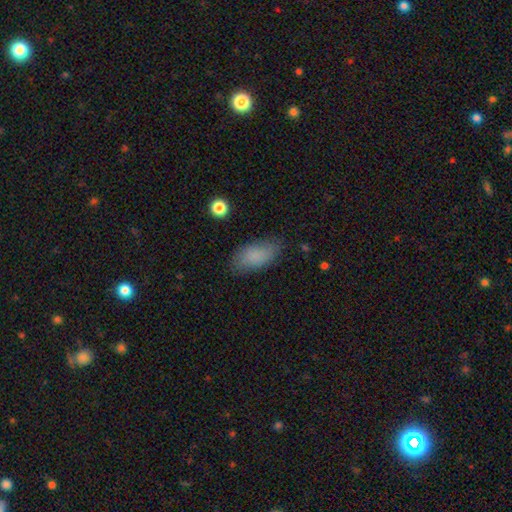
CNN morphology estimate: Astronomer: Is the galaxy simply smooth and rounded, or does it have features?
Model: smooth — 84%.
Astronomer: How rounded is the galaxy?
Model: in between — 90%.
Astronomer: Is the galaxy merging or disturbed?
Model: none — 79%.